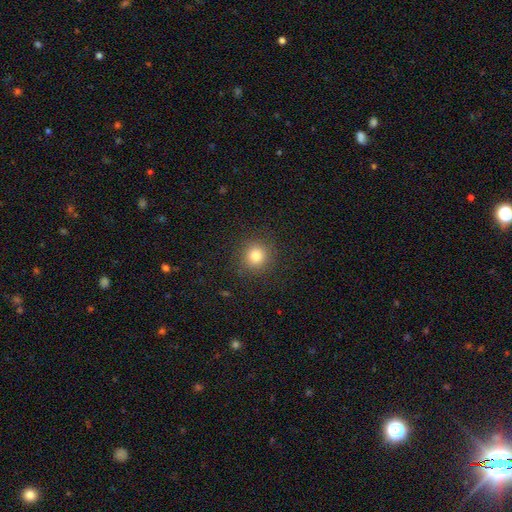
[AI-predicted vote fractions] Smooth or featured?
  - smooth: 81% *
  - star or artifact: 13%
  - featured or disk: 7%
How rounded?
  - round: 91% *
  - in between: 8%
  - cigar-shaped: 1%
Merging?
  - none: 88% *
  - minor disturbance: 8%
  - major disturbance: 3%
  - merger: 1%